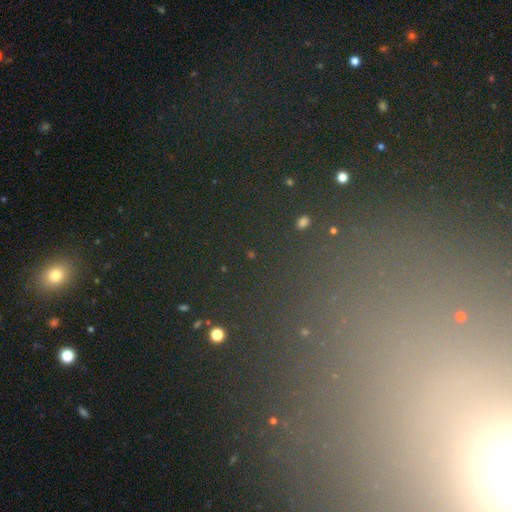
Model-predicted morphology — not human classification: Q: Smooth or featured?
A: star or artifact (71%); runner-up: smooth (16%)